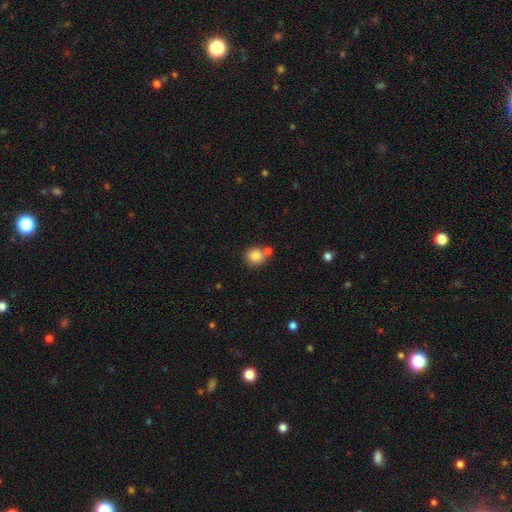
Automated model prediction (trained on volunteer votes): smooth-or-featured: smooth: 84% | star or artifact: 10% | featured or disk: 7%
  how-rounded: round: 85% | in between: 14% | cigar-shaped: 1%
  merging: none: 64% | merger: 21% | minor disturbance: 11% | major disturbance: 3%